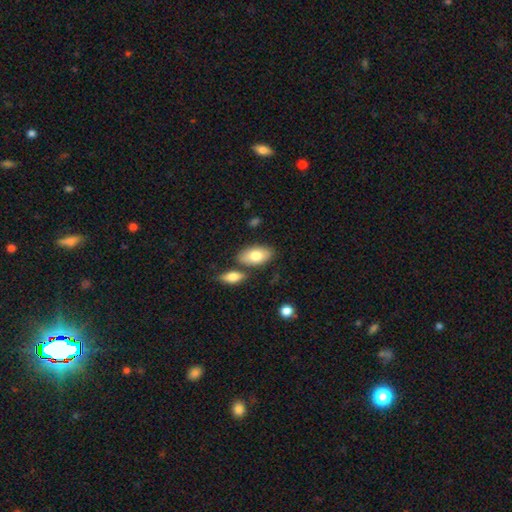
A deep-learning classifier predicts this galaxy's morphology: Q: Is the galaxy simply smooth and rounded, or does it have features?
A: smooth — 78%.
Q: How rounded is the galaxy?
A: in between — 93%.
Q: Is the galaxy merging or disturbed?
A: none — 71%.